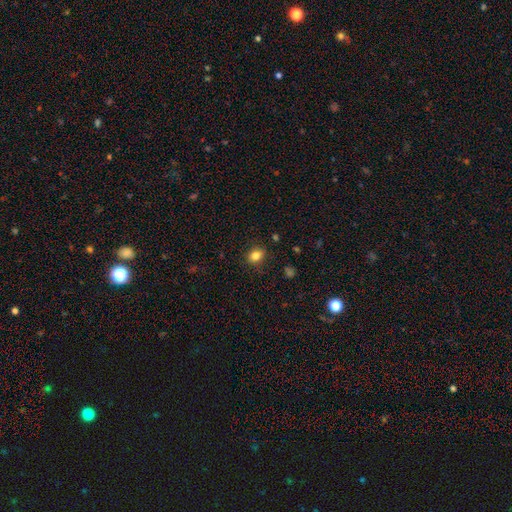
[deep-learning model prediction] smooth-or-featured: smooth: 83% | star or artifact: 11% | featured or disk: 6%
  how-rounded: in between: 57% | round: 42% | cigar-shaped: 1%
  merging: none: 86% | minor disturbance: 11% | major disturbance: 3% | merger: 1%